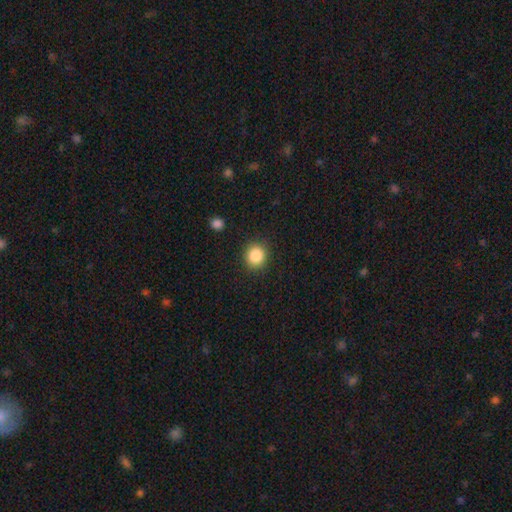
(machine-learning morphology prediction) smooth-or-featured: smooth: 85% | star or artifact: 10% | featured or disk: 5%
  how-rounded: round: 85% | in between: 14% | cigar-shaped: 1%
  merging: none: 89% | minor disturbance: 7% | major disturbance: 2% | merger: 1%